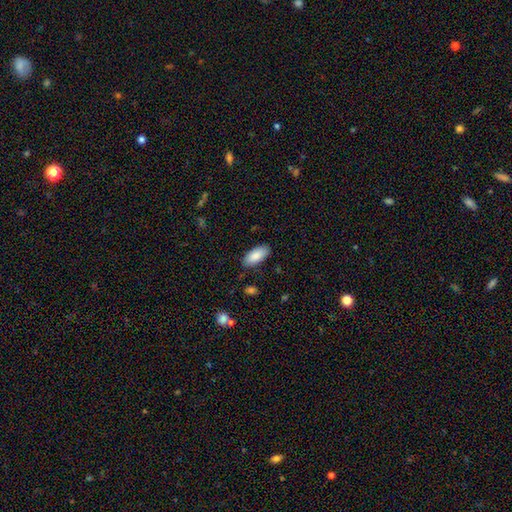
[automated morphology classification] A smooth galaxy with no disk features (88%) that is in between round and cigar-shaped (89%). Merging: none (85%).